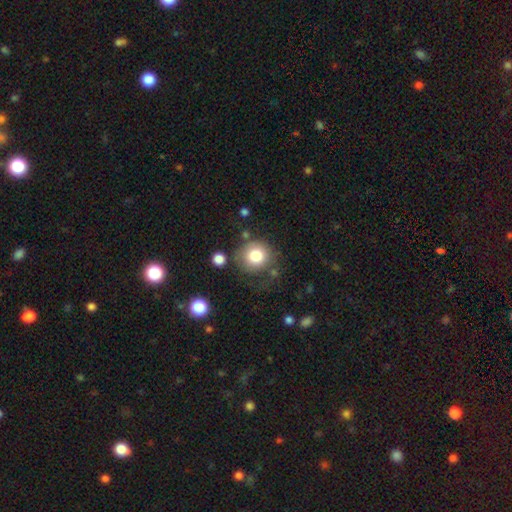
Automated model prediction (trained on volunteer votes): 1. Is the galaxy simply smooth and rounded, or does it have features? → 79% smooth, 11% featured or disk, 10% star or artifact.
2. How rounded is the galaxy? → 89% round, 10% in between, 1% cigar-shaped.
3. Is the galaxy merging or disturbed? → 70% none, 16% minor disturbance, 8% major disturbance, 6% merger.